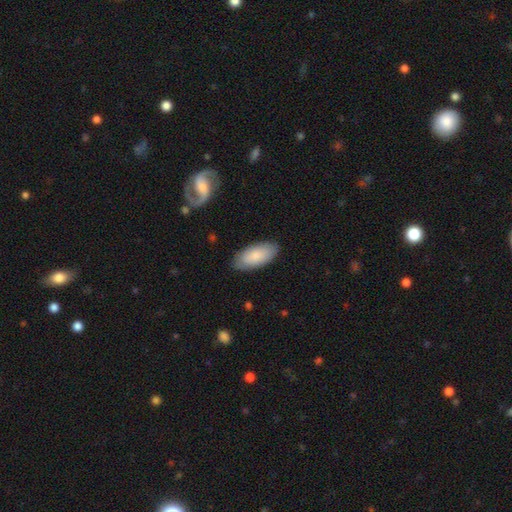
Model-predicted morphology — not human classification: smooth_or_featured: smooth (p=0.82) [alt: featured or disk p=0.12]
how_rounded: in between (p=0.90) [alt: cigar-shaped p=0.08]
merging: none (p=0.85) [alt: minor disturbance p=0.11]